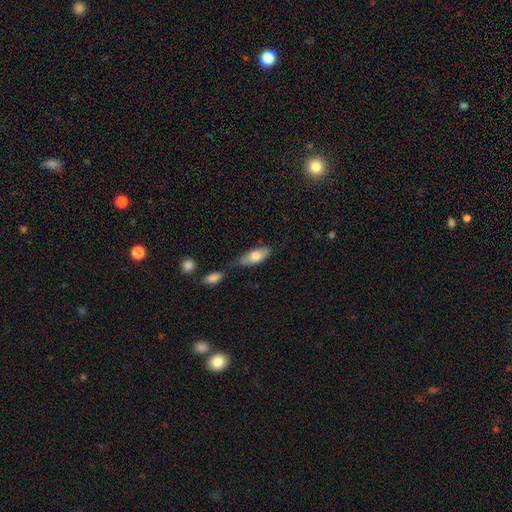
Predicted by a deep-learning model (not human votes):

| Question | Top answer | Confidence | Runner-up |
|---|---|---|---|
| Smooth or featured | smooth | 72% | featured or disk (22%) |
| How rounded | in between | 77% | cigar-shaped (21%) |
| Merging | none | 52% | minor disturbance (23%) |